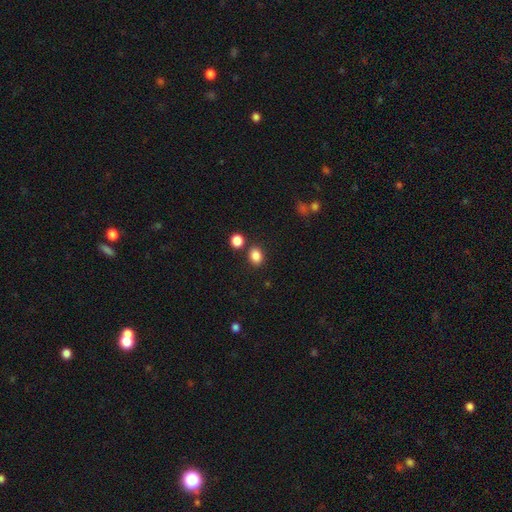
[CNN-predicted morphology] Q: Smooth or featured?
A: smooth (85%); runner-up: star or artifact (11%)
Q: How rounded?
A: in between (57%); runner-up: round (42%)
Q: Merging?
A: none (80%); runner-up: minor disturbance (9%)